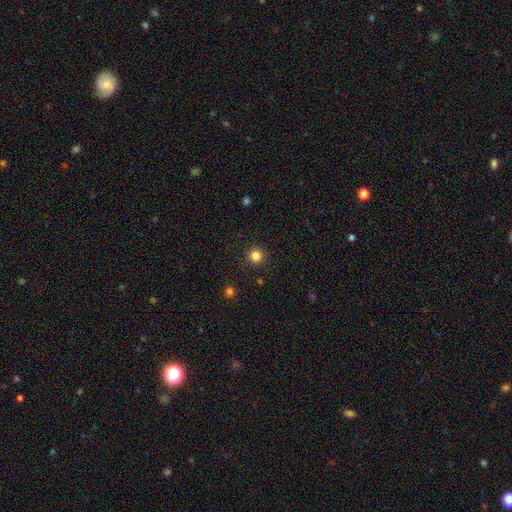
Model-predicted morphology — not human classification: smooth 84%, star or artifact 13%, featured or disk 4%. Down the decision tree: how rounded — round (95%); merging — none (91%).